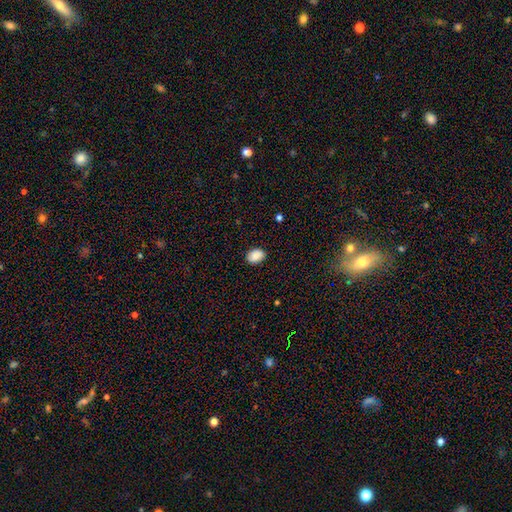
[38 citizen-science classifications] smooth-or-featured: smooth: 95% | featured or disk: 3% | star or artifact: 3%
  how-rounded: in between: 78% | round: 22% | cigar-shaped: 0%
  merging: none: 84% | minor disturbance: 14% | major disturbance: 3% | merger: 0%